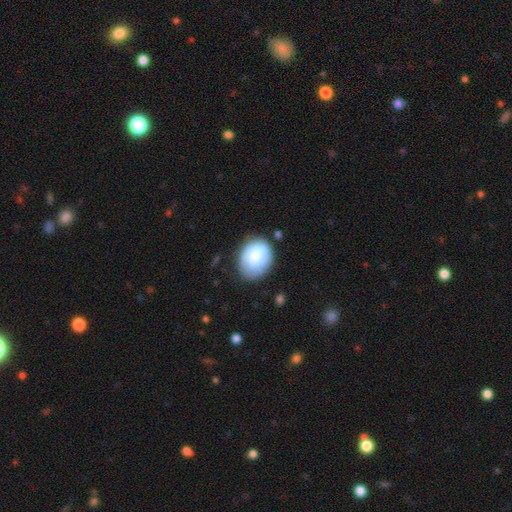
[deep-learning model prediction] Smooth or featured?
  - smooth: 76% *
  - featured or disk: 17%
  - star or artifact: 7%
How rounded?
  - in between: 57% *
  - round: 43%
  - cigar-shaped: 1%
Merging?
  - none: 72% *
  - minor disturbance: 20%
  - major disturbance: 5%
  - merger: 2%